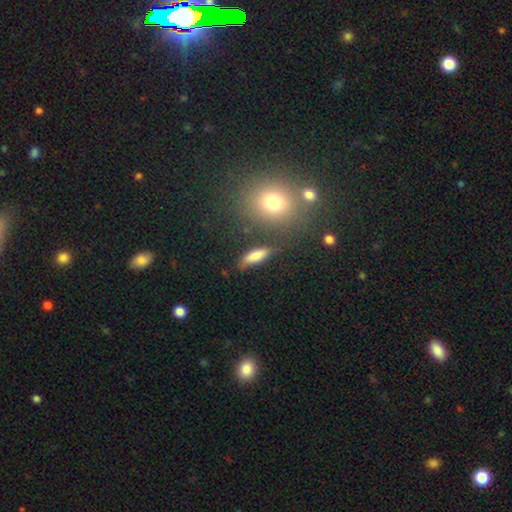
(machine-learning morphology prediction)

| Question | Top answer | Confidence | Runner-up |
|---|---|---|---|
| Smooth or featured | smooth | 78% | featured or disk (13%) |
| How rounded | in between | 54% | cigar-shaped (42%) |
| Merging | none | 64% | minor disturbance (21%) |